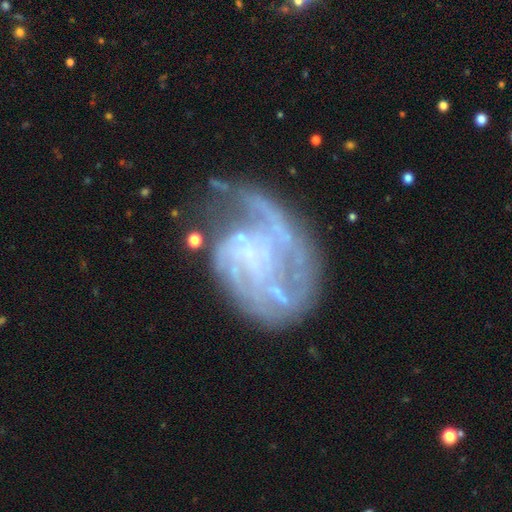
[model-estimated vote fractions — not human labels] Smooth or featured?
  - featured or disk: 78% *
  - smooth: 12%
  - star or artifact: 9%
Edge-on disk?
  - no: 98% *
  - yes: 2%
Bar?
  - no: 69% *
  - weak: 24%
  - strong: 7%
Spiral arms?
  - yes: 77% *
  - no: 23%
Spiral winding?
  - tight: 35% *
  - medium: 34%
  - loose: 31%
Spiral arm count?
  - can't tell: 36% *
  - 2: 17%
  - 3: 17%
  - 1: 14%
  - 4: 8%
  - more than 4: 7%
Bulge size?
  - none: 66% *
  - small: 24%
  - moderate: 6%
  - large: 2%
  - dominant: 1%
Merging?
  - none: 39% *
  - major disturbance: 34%
  - minor disturbance: 21%
  - merger: 5%